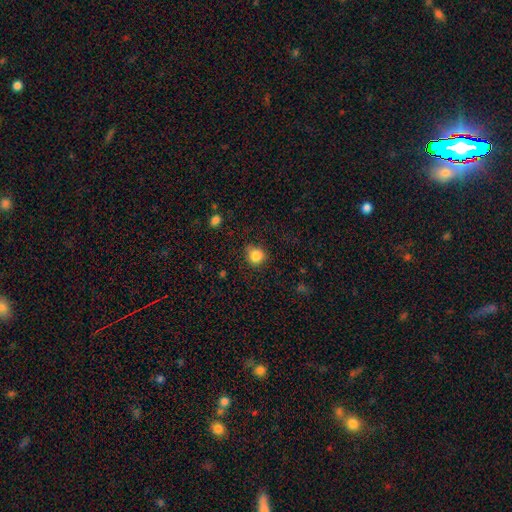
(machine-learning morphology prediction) This is clearly a smooth galaxy (85%). How rounded: clearly round (85%). Merging: likely none (77%).